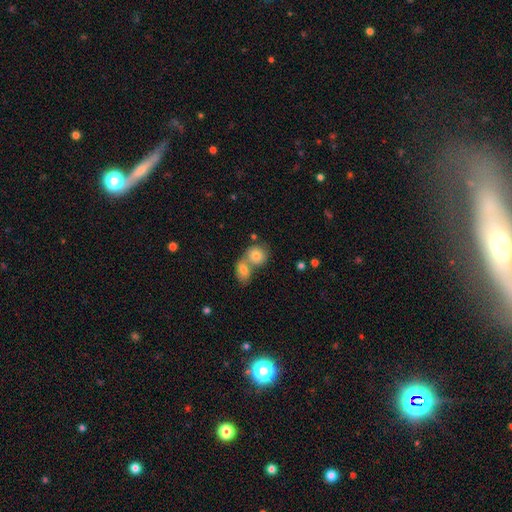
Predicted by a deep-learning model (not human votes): The model was most divided on "merging": merger: 64%, none: 27%, minor disturbance: 6%, major disturbance: 3%. More confident: smooth or featured — smooth (80%); how rounded — round (69%).